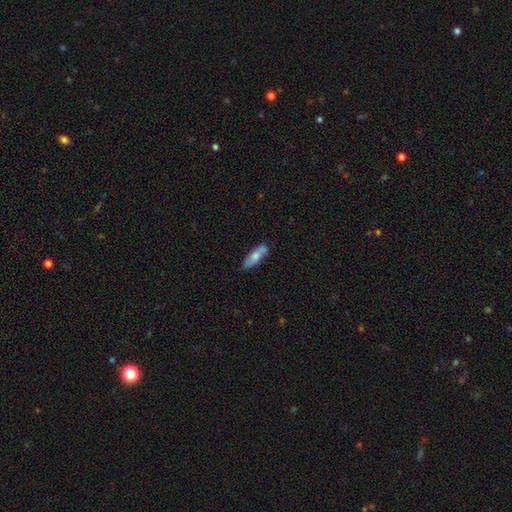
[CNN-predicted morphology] type=smooth (71%); roundness=in between (59%); merging=none (79%).